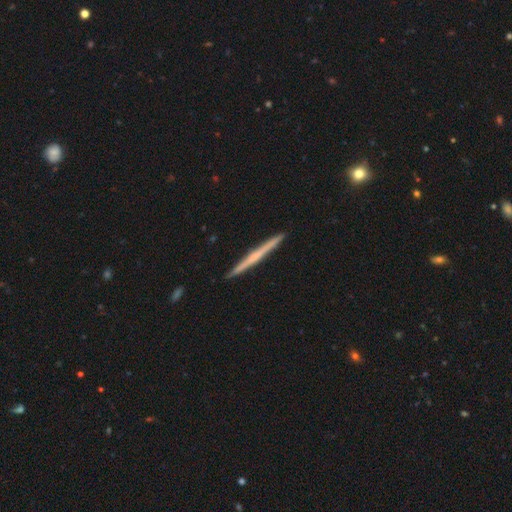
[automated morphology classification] Smooth or featured: featured or disk — 59% (smooth — 36%)
Edge-on disk: yes — 98% (no — 2%)
Edge-on bulge: none — 71% (rounded — 22%)
Merging: none — 93% (minor disturbance — 5%)